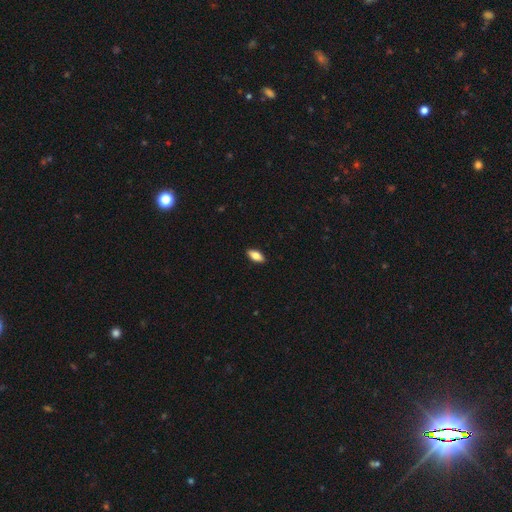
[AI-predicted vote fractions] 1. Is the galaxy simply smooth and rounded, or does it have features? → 80% smooth, 14% featured or disk, 7% star or artifact.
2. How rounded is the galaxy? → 87% in between, 11% cigar-shaped, 3% round.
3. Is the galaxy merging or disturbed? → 90% none, 8% minor disturbance, 2% major disturbance, 1% merger.